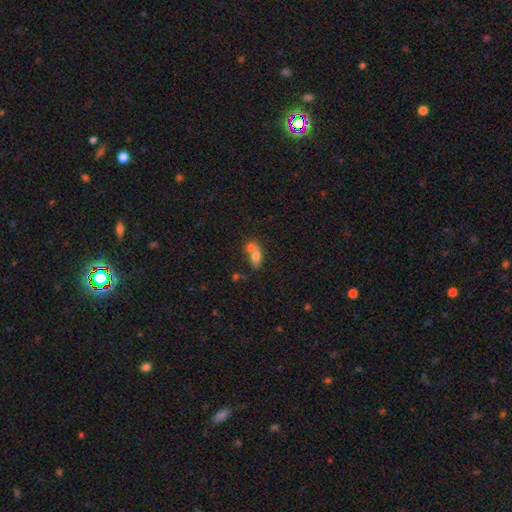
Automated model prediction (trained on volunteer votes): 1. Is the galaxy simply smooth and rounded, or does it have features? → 73% smooth, 18% featured or disk, 10% star or artifact.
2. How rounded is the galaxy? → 79% in between, 16% round, 5% cigar-shaped.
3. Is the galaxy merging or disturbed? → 63% merger, 22% none, 9% minor disturbance, 5% major disturbance.